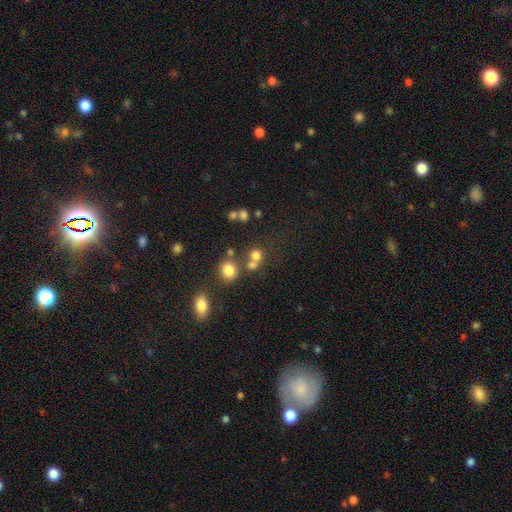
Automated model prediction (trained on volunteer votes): Smooth or featured: smooth — 72% (star or artifact — 18%)
How rounded: round — 82% (in between — 17%)
Merging: none — 52% (merger — 35%)